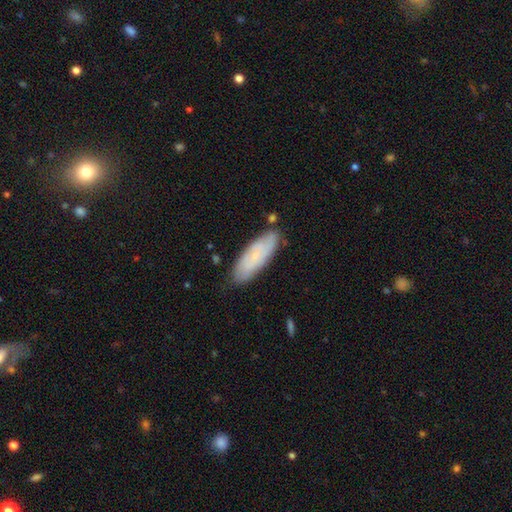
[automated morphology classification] smooth-or-featured: smooth: 57% | featured or disk: 36% | star or artifact: 7%
  how-rounded: in between: 58% | cigar-shaped: 40% | round: 2%
  merging: none: 77% | minor disturbance: 17% | major disturbance: 3% | merger: 3%